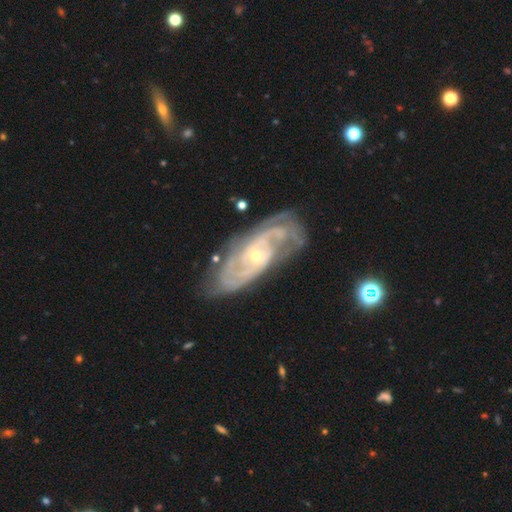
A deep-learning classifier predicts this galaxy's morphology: smooth_or_featured: featured or disk (p=0.88) [alt: smooth p=0.06]
disk_edge_on: no (p=0.93) [alt: yes p=0.07]
bar: no (p=0.60) [alt: weak p=0.30]
has_spiral_arms: yes (p=0.96) [alt: no p=0.04]
spiral_winding: tight (p=0.60) [alt: medium p=0.32]
spiral_arm_count: 2 (p=0.38) [alt: can't tell p=0.29]
bulge_size: small (p=0.66) [alt: moderate p=0.31]
merging: none (p=0.69) [alt: minor disturbance p=0.20]